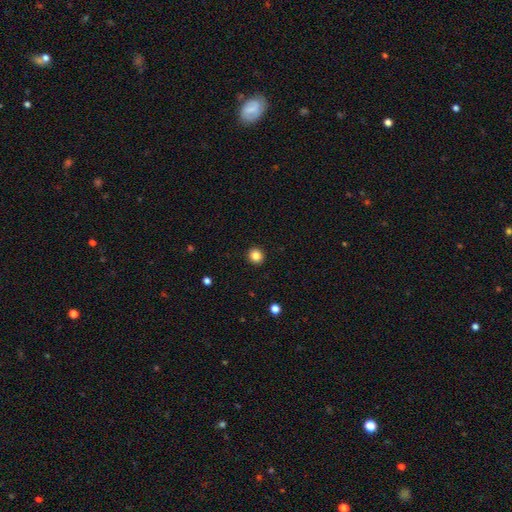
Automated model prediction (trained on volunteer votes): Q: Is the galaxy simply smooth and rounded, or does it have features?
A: smooth — 84%.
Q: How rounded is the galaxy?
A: round — 91%.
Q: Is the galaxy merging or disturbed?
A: none — 93%.